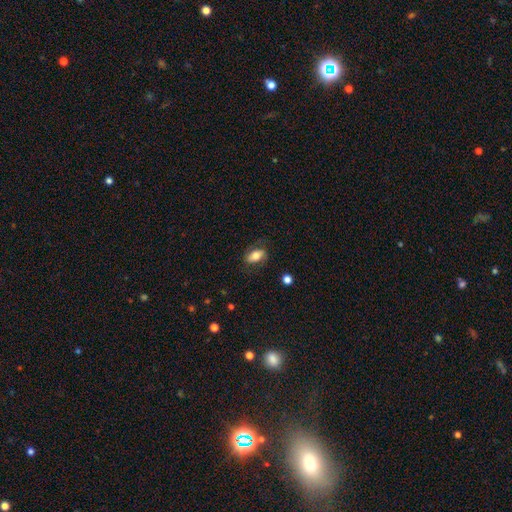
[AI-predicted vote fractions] The model was most divided on "smooth or featured": smooth: 69%, featured or disk: 23%, star or artifact: 8%. More confident: how rounded — in between (88%); merging — none (72%).